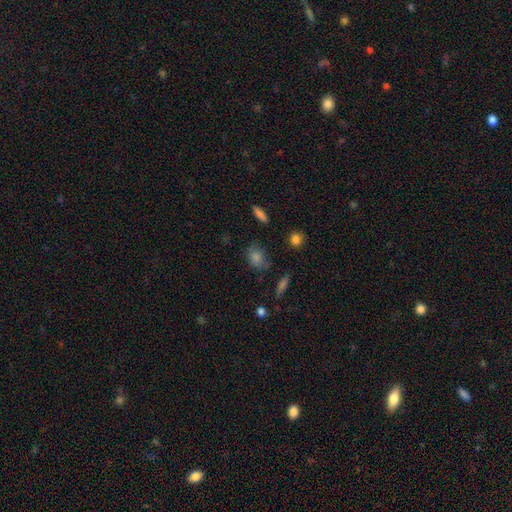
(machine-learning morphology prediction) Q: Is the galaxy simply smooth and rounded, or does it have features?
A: smooth — 75%.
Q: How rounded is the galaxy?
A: in between — 56%.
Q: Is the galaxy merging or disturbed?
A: none — 75%.